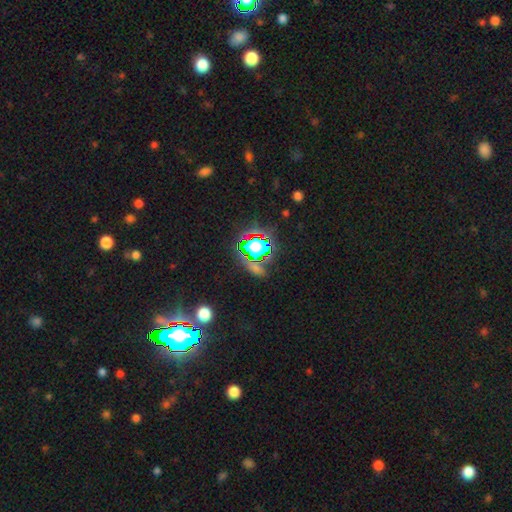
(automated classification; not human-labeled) This is likely a star or artifact rather than a galaxy (78%).